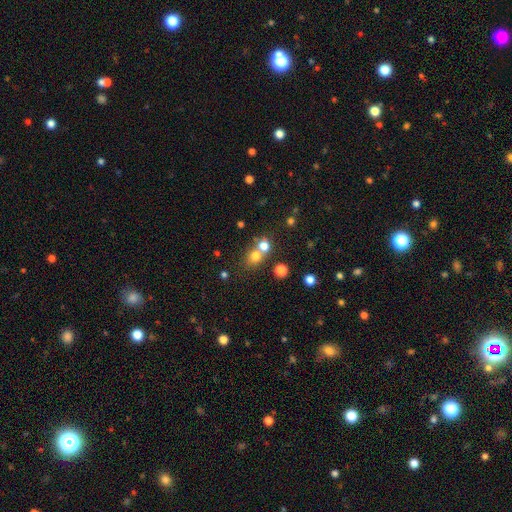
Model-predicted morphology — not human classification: Smooth or featured? smooth (71%)
How rounded? round (74%)
Merging? none (45%)